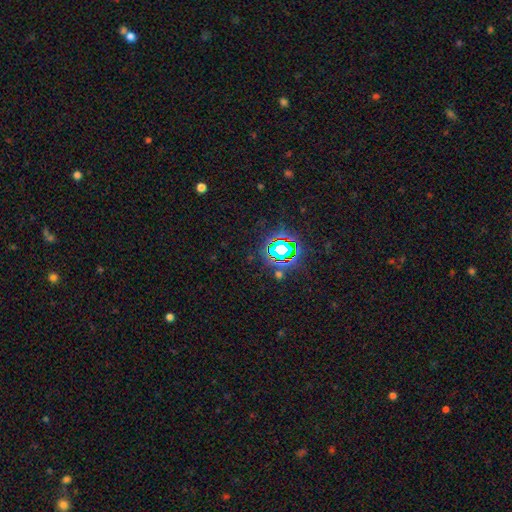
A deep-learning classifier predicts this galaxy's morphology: This appears to be a star or artifact, not a galaxy (80%).